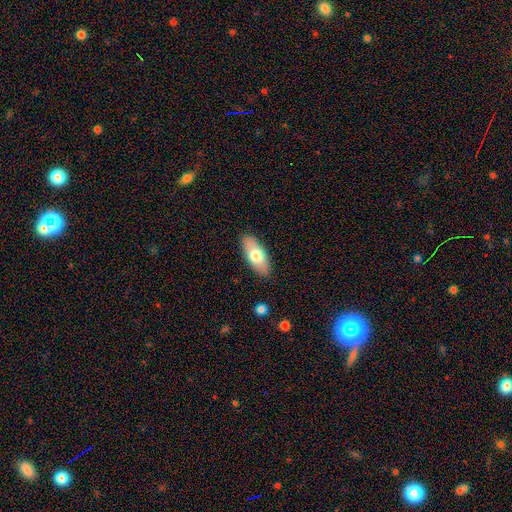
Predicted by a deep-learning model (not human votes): smooth-or-featured: smooth: 70% | featured or disk: 24% | star or artifact: 6%
  how-rounded: in between: 84% | cigar-shaped: 13% | round: 3%
  merging: none: 88% | minor disturbance: 9% | major disturbance: 2% | merger: 1%